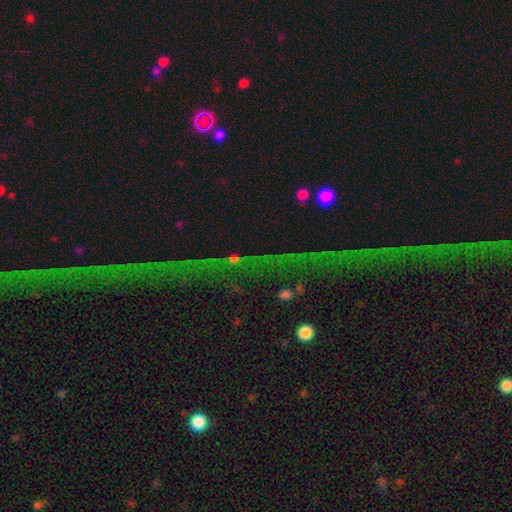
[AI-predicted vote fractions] smooth_or_featured: star or artifact (p=0.74) [alt: featured or disk p=0.14]